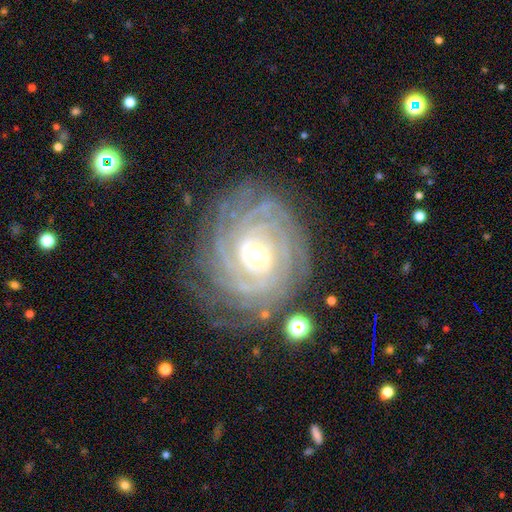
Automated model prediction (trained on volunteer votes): The model was most divided on "spiral arm count": more than 4: 25%, 4: 24%, can't tell: 24%, 3: 12%, 2: 8%, 1: 7%. More confident: spiral arms — yes (98%); edge-on disk — no (97%); smooth or featured — featured or disk (91%); spiral winding — tight (84%); merging — none (78%); bulge size — moderate (59%); bar — weak (50%).